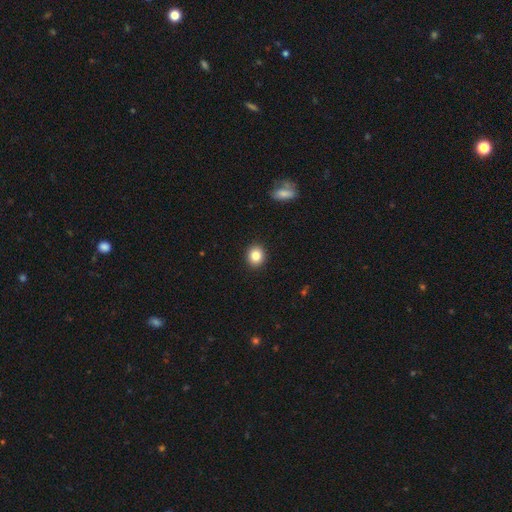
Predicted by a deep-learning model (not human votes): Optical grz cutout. It shows a smooth galaxy with no disk features (84%) that is round (76%). Merging: none (92%).